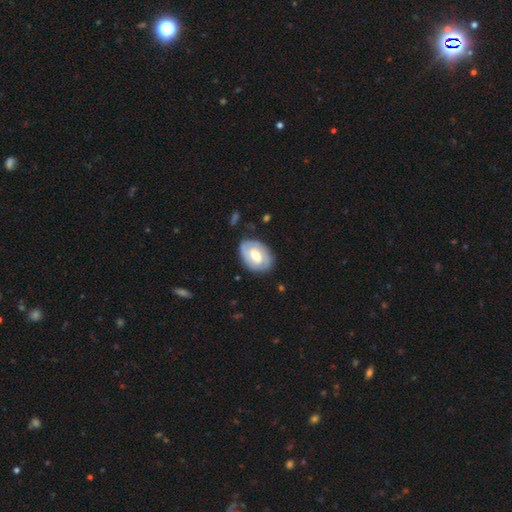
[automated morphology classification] Smooth or featured? Predicted: featured or disk (p=0.65). Edge-on disk? Predicted: no (p=0.95). Bar? Predicted: weak (p=0.46). Spiral arms? Predicted: yes (p=0.68). Bulge size? Predicted: moderate (p=0.68). Merging? Predicted: none (p=0.78).